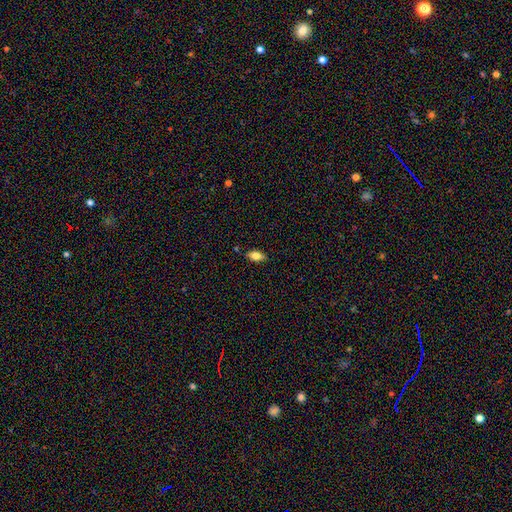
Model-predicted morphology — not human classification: This appears to be a smooth galaxy with no disk features (78%) that is in between round and cigar-shaped (88%). Merging: none (85%).